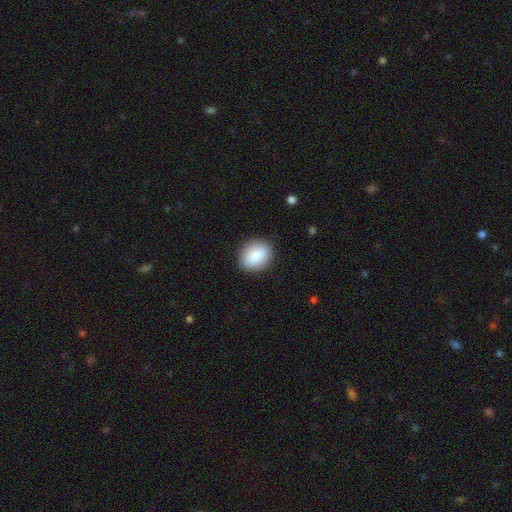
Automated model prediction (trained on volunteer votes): smooth 86%, featured or disk 8%, star or artifact 7%. Down the decision tree: how rounded — in between (58%); merging — none (87%).